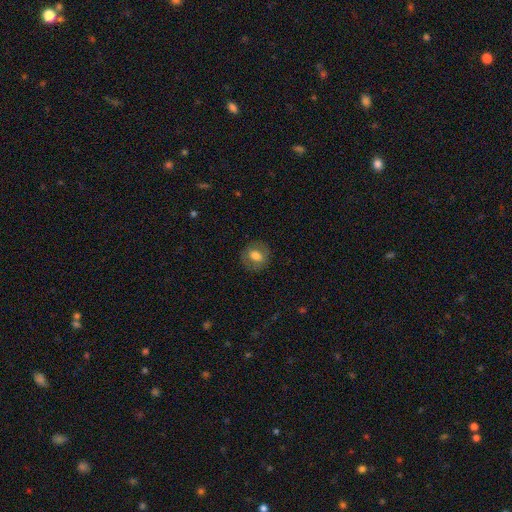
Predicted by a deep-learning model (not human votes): Smooth or featured? Predicted: smooth (p=0.64). How rounded? Predicted: round (p=0.69). Merging? Predicted: none (p=0.84).